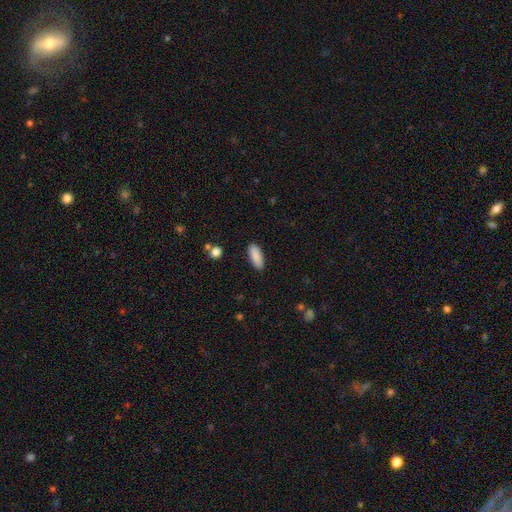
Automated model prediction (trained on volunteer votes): Q: Smooth or featured?
A: smooth (89%); runner-up: star or artifact (6%)
Q: How rounded?
A: in between (74%); runner-up: cigar-shaped (24%)
Q: Merging?
A: none (89%); runner-up: minor disturbance (8%)